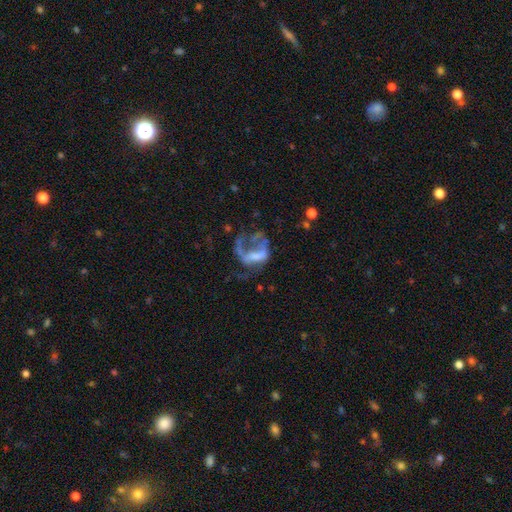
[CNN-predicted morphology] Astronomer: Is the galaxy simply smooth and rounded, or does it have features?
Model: featured or disk — 63%.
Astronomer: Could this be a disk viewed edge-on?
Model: no — 97%.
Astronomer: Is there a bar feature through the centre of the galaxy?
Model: no — 54% (runner-up: weak, 30%).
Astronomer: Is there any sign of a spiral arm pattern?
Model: no — 59% (runner-up: yes, 41%).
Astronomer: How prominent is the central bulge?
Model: none — 38% (runner-up: moderate, 26%).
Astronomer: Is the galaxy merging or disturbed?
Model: major disturbance — 56%.